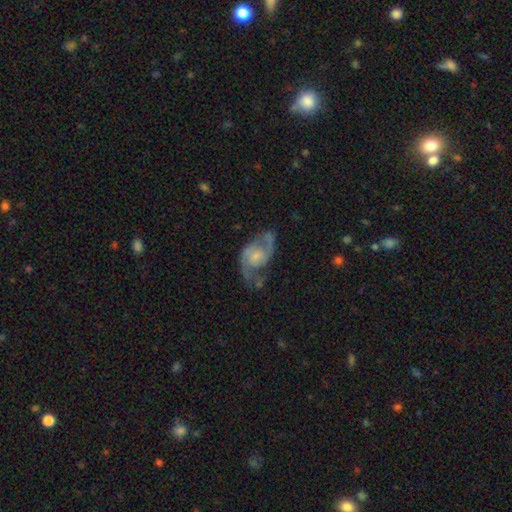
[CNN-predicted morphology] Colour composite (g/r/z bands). It shows a featured or disk galaxy (81%) with no bar (59%), 2 (87%) medium (52%) spiral arms (94%) and a small central bulge (44%). Merging: none (56%).